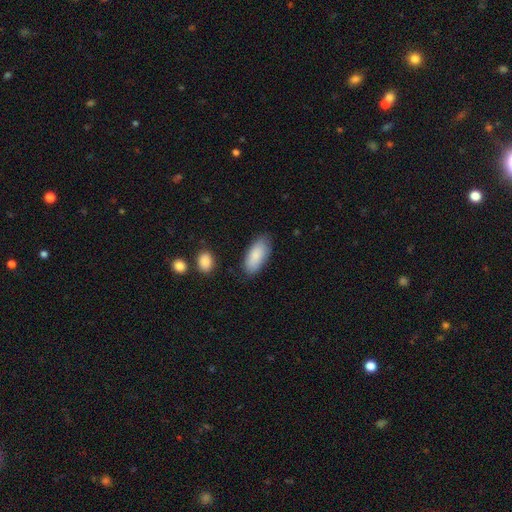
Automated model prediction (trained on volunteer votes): smooth 87%, featured or disk 8%, star or artifact 6%. Down the decision tree: how rounded — in between (86%); merging — none (81%).